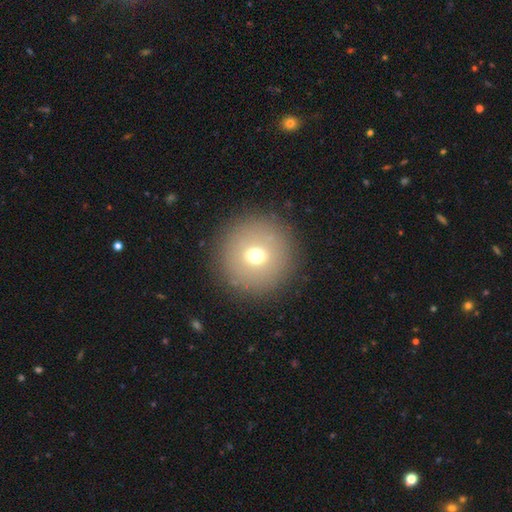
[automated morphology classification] smooth 63%, featured or disk 23%, star or artifact 15%. Down the decision tree: how rounded — round (95%); merging — none (89%).